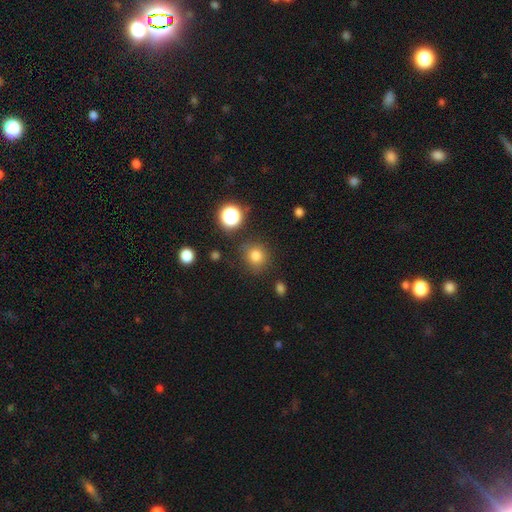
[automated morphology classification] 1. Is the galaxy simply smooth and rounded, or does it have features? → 79% smooth, 15% star or artifact, 6% featured or disk.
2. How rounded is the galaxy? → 89% round, 10% in between, 1% cigar-shaped.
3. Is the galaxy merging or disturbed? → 82% none, 11% minor disturbance, 4% major disturbance, 3% merger.